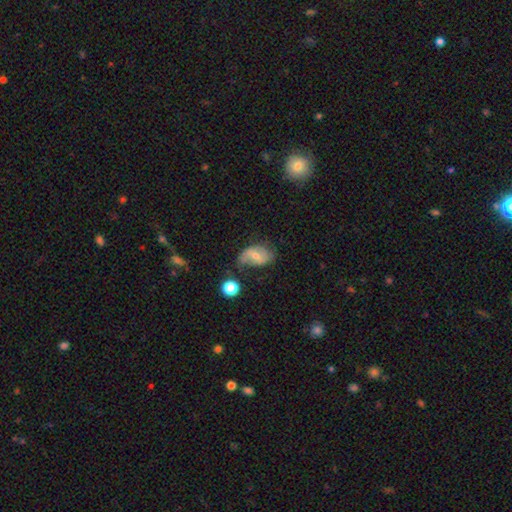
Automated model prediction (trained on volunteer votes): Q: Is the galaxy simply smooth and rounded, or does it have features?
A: featured or disk — 61%.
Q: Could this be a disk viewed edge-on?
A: no — 95%.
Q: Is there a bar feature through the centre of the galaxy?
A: no — 43%.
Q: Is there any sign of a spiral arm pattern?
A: yes — 82%.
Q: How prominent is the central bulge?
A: moderate — 51%.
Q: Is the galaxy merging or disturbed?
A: none — 55%.